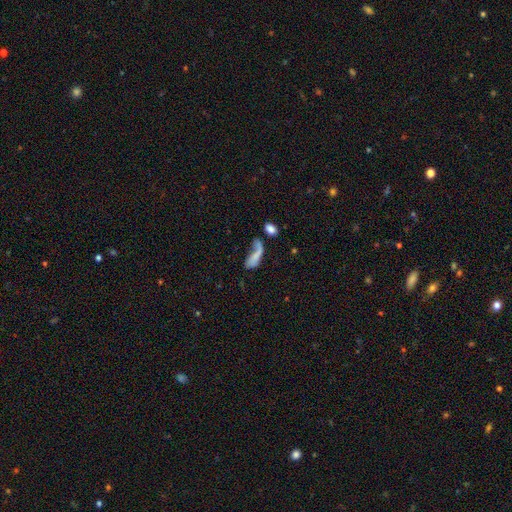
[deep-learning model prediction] This is possibly a smooth galaxy (58%). How rounded: likely in between (63%). Merging: marginally major disturbance (36%).